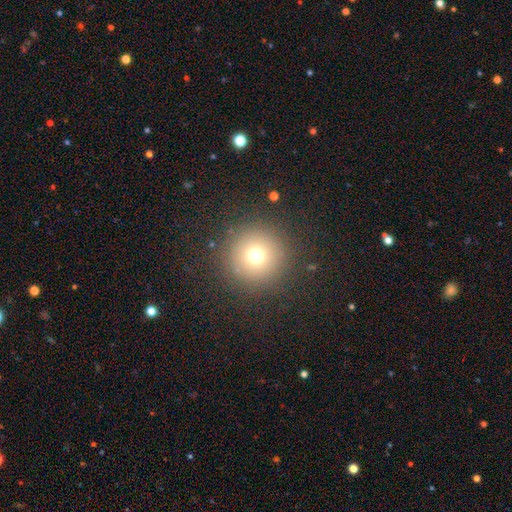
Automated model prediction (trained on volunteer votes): smooth_or_featured: smooth (p=0.71) [alt: star or artifact p=0.18]
how_rounded: round (p=0.96) [alt: in between p=0.03]
merging: none (p=0.89) [alt: minor disturbance p=0.06]